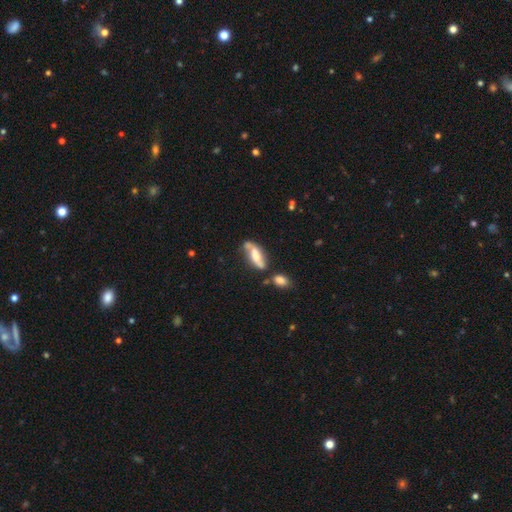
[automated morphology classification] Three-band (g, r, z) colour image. It shows a featured or disk galaxy (57%). Merging: none (54%).